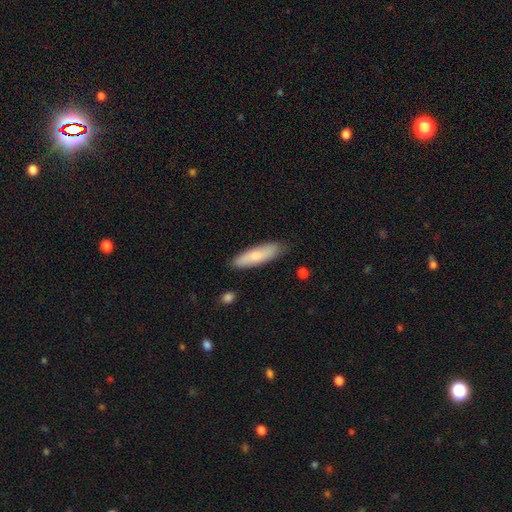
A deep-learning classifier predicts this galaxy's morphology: type=smooth (77%); roundness=cigar-shaped (60%); merging=none (84%).